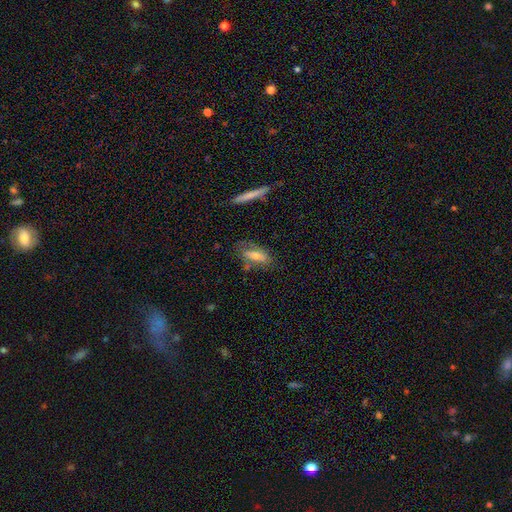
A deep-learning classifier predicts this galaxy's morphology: A smooth galaxy with no disk features (51%) that is in between round and cigar-shaped (69%).

Vote fractions:
- Smooth or featured? smooth: 51% / featured or disk: 41% / star or artifact: 8%
- How rounded? in between: 69% / cigar-shaped: 27% / round: 4%
- Merging? none: 60% / minor disturbance: 23% / major disturbance: 11% / merger: 6%